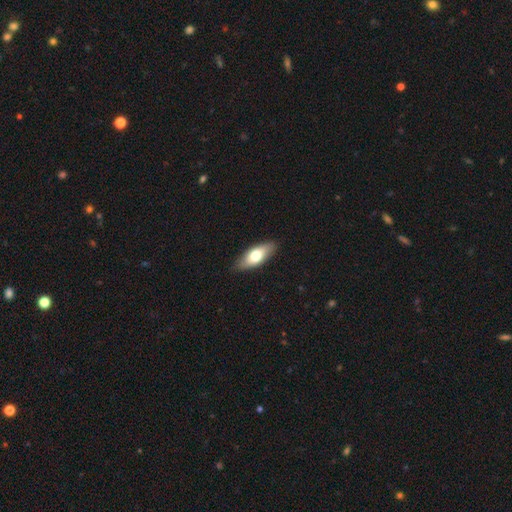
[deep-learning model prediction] The model was most divided on "smooth or featured": smooth: 68%, featured or disk: 26%, star or artifact: 6%. More confident: merging — none (86%); how rounded — in between (77%).